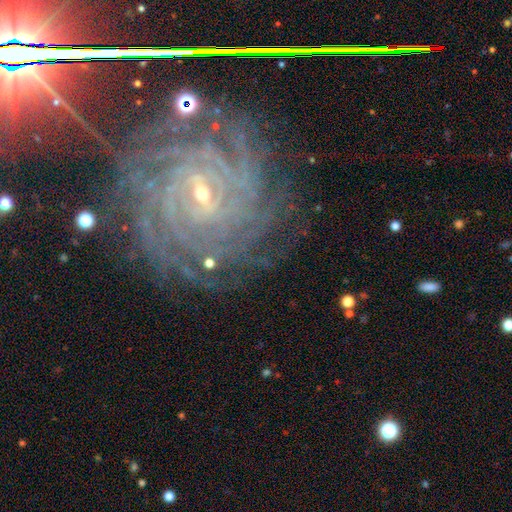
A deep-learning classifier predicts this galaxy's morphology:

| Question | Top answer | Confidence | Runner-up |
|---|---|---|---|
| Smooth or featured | featured or disk | 89% | star or artifact (7%) |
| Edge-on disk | no | 97% | yes (3%) |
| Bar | weak | 48% | strong (33%) |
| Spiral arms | yes | 98% | no (2%) |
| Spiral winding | tight | 84% | medium (14%) |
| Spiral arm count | more than 4 | 30% | 4 (21%) |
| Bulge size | small | 76% | moderate (21%) |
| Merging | none | 78% | minor disturbance (13%) |